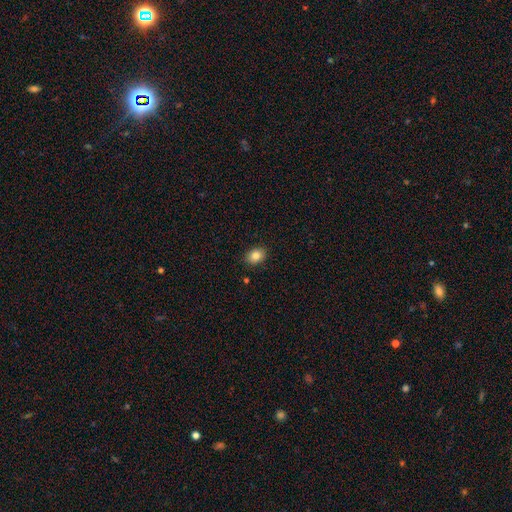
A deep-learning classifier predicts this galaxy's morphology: smooth-or-featured: smooth: 83% | star or artifact: 9% | featured or disk: 7%
  how-rounded: in between: 71% | round: 28% | cigar-shaped: 1%
  merging: none: 88% | minor disturbance: 9% | major disturbance: 2% | merger: 1%